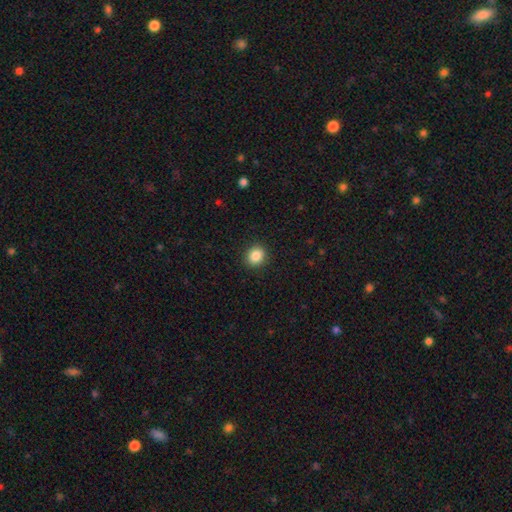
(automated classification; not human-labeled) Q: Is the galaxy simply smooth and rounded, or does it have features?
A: smooth — 86%.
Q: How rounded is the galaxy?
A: round — 73%.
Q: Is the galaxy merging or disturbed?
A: none — 91%.